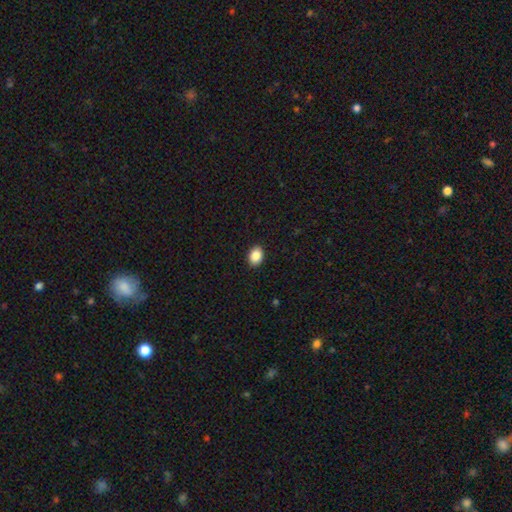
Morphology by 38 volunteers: Smooth or featured? smooth (89%)
How rounded? in between (71%)
Merging? none (92%)